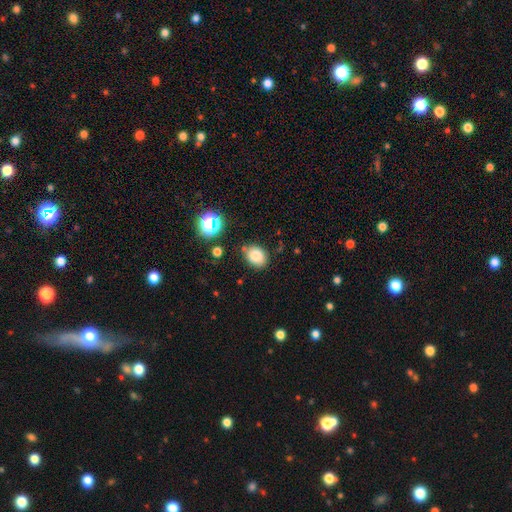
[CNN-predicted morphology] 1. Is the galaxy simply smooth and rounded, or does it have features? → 80% smooth, 12% star or artifact, 7% featured or disk.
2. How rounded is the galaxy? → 62% in between, 37% round, 1% cigar-shaped.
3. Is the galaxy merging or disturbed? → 78% none, 14% minor disturbance, 4% merger, 3% major disturbance.